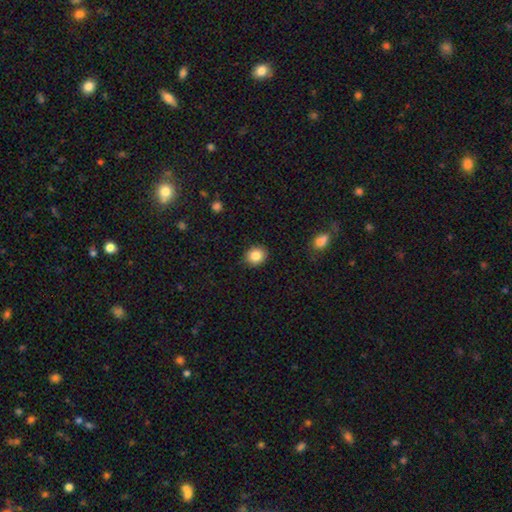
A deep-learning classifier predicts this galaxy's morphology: smooth-or-featured: smooth: 85% | star or artifact: 9% | featured or disk: 6%
  how-rounded: round: 72% | in between: 27% | cigar-shaped: 1%
  merging: none: 88% | minor disturbance: 9% | major disturbance: 2% | merger: 1%